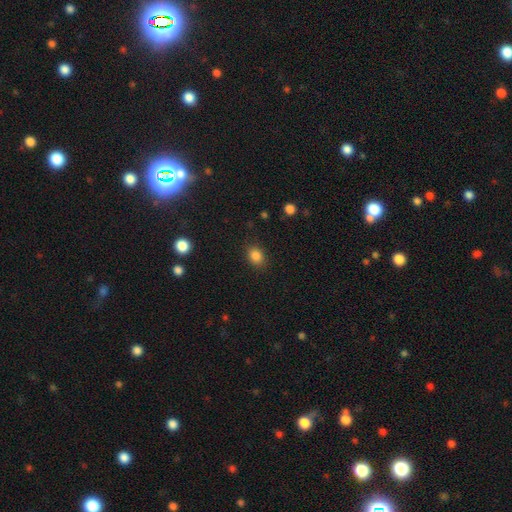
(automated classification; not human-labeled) Smooth or featured? Predicted: smooth (p=0.85). How rounded? Predicted: in between (p=0.59). Merging? Predicted: none (p=0.86).